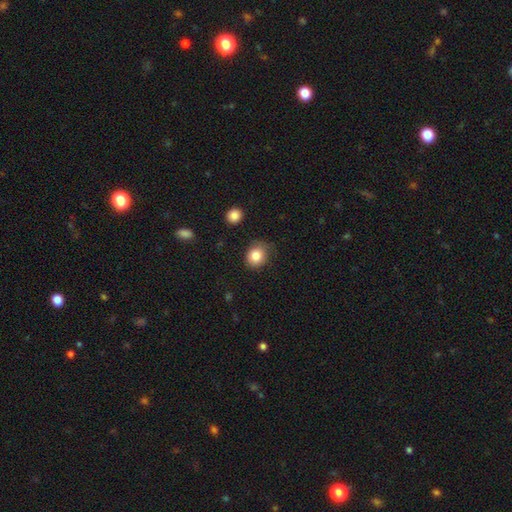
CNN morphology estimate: A smooth galaxy with no disk features (83%) that is round (68%).

Vote fractions:
- Smooth or featured? smooth: 83% / star or artifact: 10% / featured or disk: 7%
- How rounded? round: 68% / in between: 31% / cigar-shaped: 1%
- Merging? none: 71% / minor disturbance: 22% / major disturbance: 5% / merger: 2%